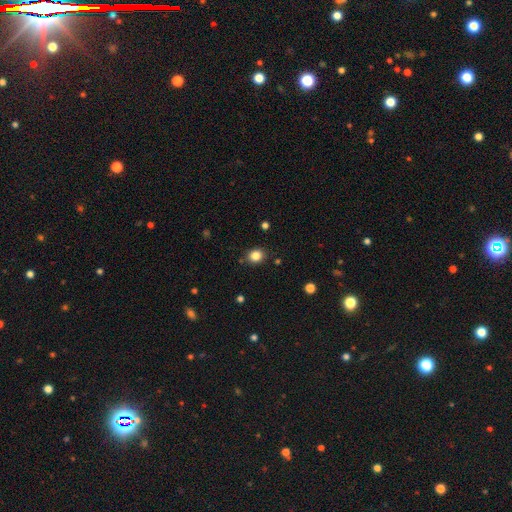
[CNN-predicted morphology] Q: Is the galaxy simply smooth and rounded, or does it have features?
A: smooth — 83%.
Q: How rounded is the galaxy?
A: round — 71%.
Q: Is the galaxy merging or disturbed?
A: none — 86%.